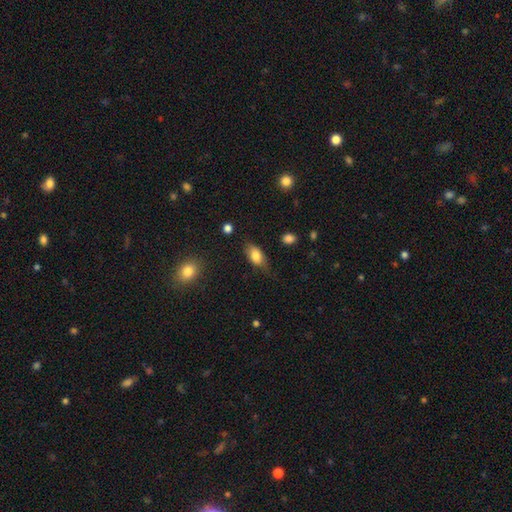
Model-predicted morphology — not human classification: Smooth or featured?
  - smooth: 80% *
  - featured or disk: 13%
  - star or artifact: 7%
How rounded?
  - in between: 89% *
  - round: 6%
  - cigar-shaped: 5%
Merging?
  - none: 68% *
  - minor disturbance: 24%
  - major disturbance: 6%
  - merger: 2%